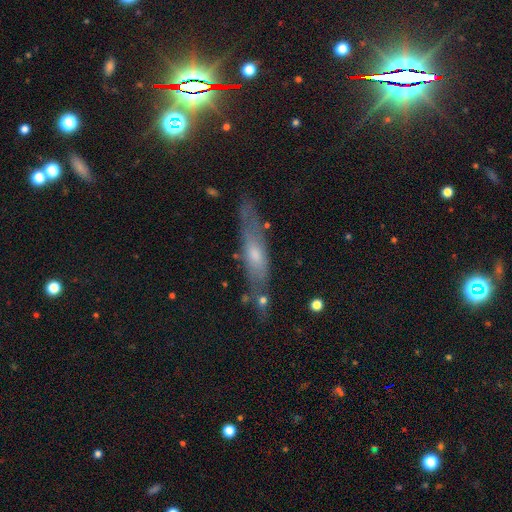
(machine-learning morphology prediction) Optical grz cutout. It shows a smooth galaxy with no disk features (46%, tied with featured or disk). Merging: none (67%).